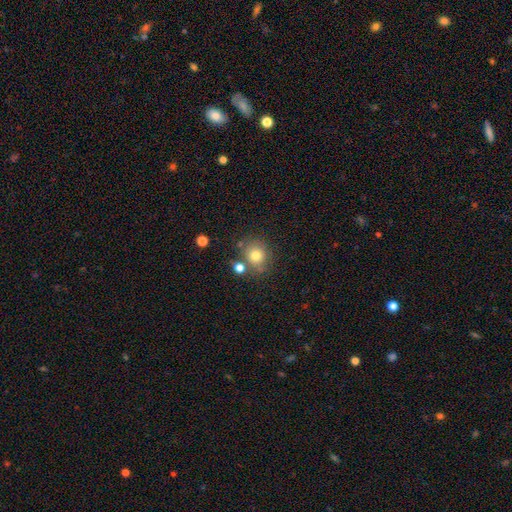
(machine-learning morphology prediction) Overall: smooth (77%). How rounded: round (82%). Merging: none (70%).